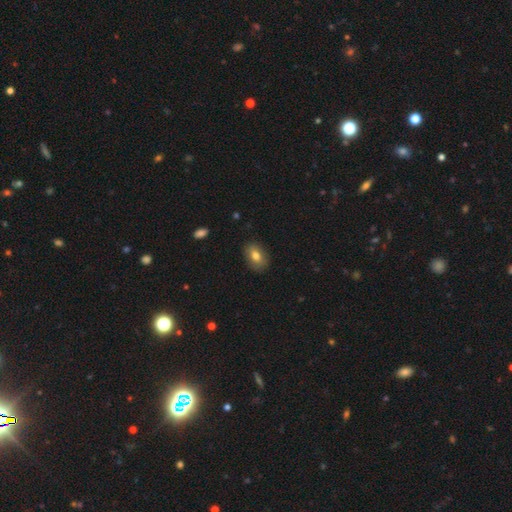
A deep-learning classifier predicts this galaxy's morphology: This appears to be a smooth galaxy with no disk features (77%) that is in between round and cigar-shaped (84%). Merging: none (86%).